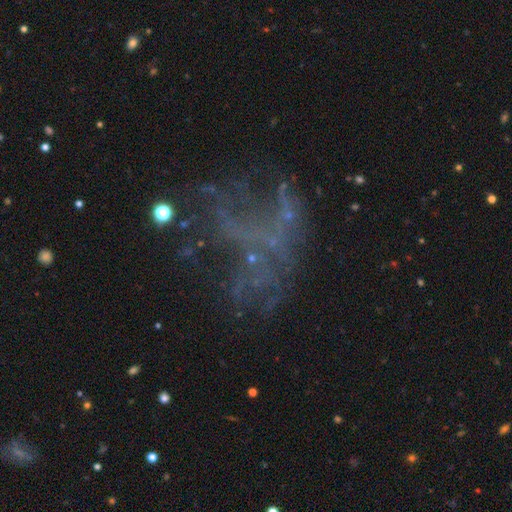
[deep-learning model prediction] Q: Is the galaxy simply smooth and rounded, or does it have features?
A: featured or disk — 50%.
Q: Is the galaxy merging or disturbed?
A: major disturbance — 40%.